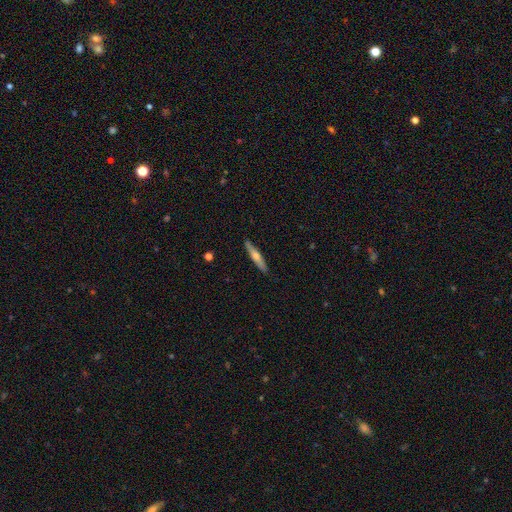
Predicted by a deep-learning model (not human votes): Overall: featured or disk (47%, tied with smooth). Merging: none (89%).